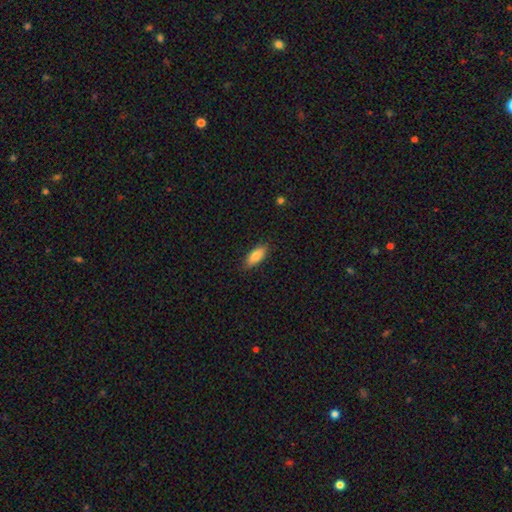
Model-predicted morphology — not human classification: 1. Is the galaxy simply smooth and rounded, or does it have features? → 83% smooth, 11% featured or disk, 7% star or artifact.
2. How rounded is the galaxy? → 79% in between, 19% cigar-shaped, 2% round.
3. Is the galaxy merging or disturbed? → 86% none, 11% minor disturbance, 2% major disturbance, 1% merger.